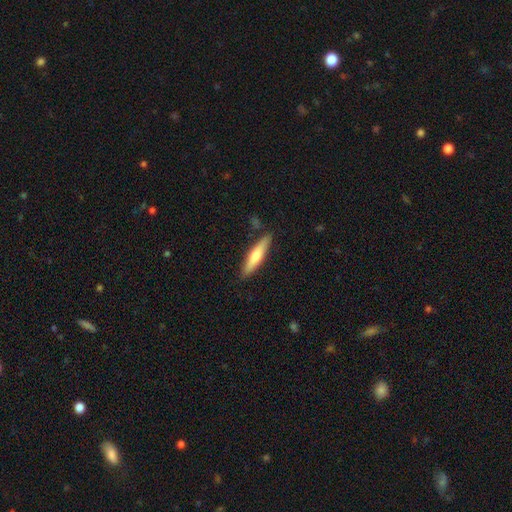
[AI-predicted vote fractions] This is possibly a smooth galaxy (54%). How rounded: likely cigar-shaped (80%). Merging: clearly none (86%).